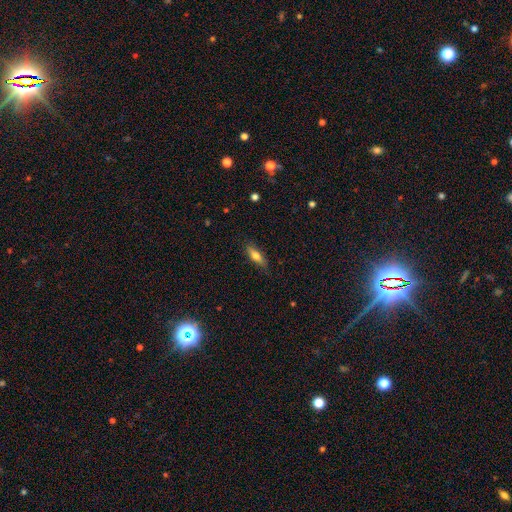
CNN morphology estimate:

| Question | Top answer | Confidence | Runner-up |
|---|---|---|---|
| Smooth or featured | smooth | 67% | featured or disk (26%) |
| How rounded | cigar-shaped | 52% | in between (46%) |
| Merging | none | 82% | minor disturbance (14%) |